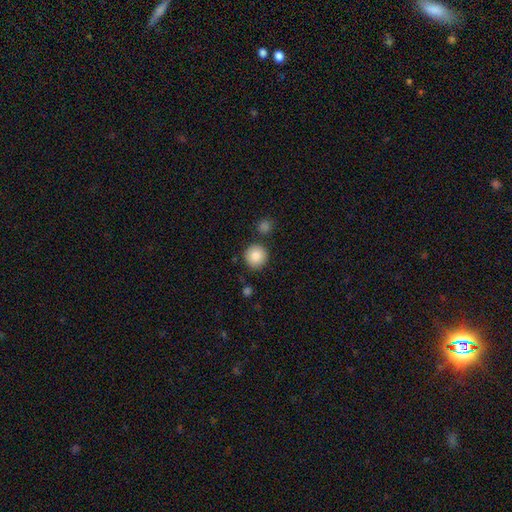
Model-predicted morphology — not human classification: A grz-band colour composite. It shows a smooth galaxy with no disk features (87%) that is round (94%). Merging: none (85%).